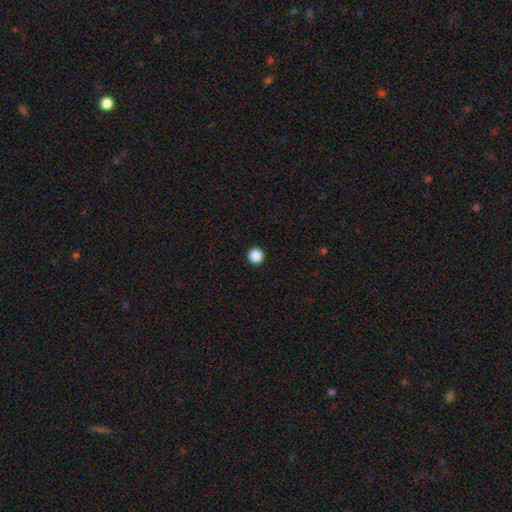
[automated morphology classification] smooth_or_featured: smooth (p=0.88) [alt: star or artifact p=0.10]
how_rounded: round (p=0.97) [alt: in between p=0.02]
merging: none (p=0.94) [alt: minor disturbance p=0.04]